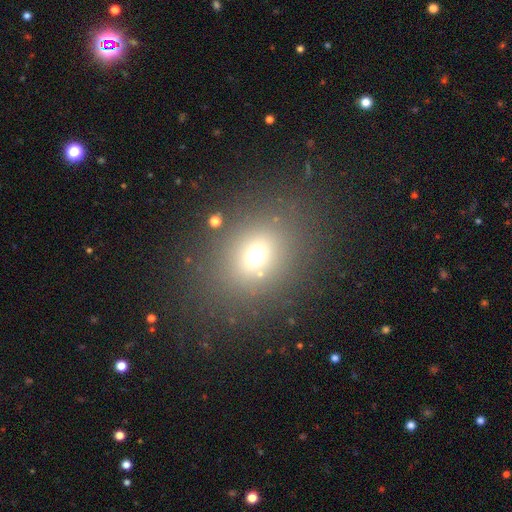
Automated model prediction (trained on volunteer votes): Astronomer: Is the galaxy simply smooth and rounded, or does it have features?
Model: smooth — 66%.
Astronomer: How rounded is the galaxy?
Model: round — 63%.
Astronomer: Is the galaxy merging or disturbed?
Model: none — 80%.